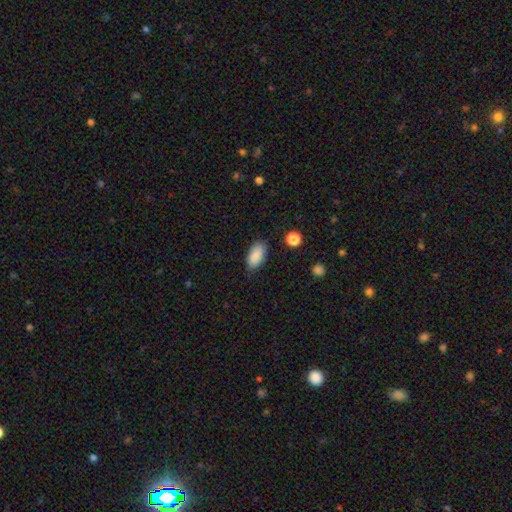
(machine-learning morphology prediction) The model was most divided on "merging": none: 82%, minor disturbance: 14%, major disturbance: 3%, merger: 1%. More confident: how rounded — in between (93%); smooth or featured — smooth (87%).